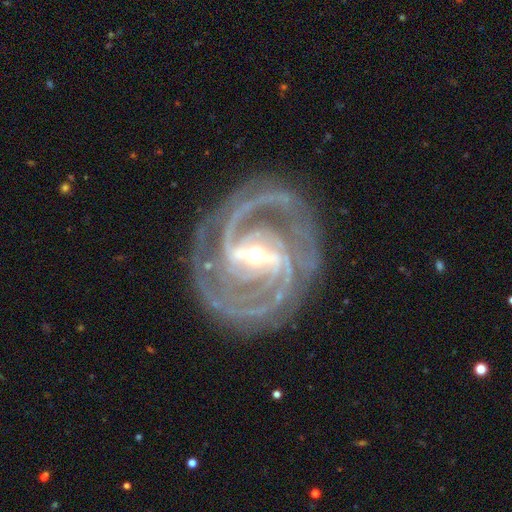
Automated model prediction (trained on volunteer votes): Smooth or featured?
  - featured or disk: 93% *
  - star or artifact: 5%
  - smooth: 2%
Edge-on disk?
  - no: 97% *
  - yes: 3%
Bar?
  - strong: 71% *
  - weak: 24%
  - no: 5%
Spiral arms?
  - yes: 99% *
  - no: 1%
Spiral winding?
  - tight: 59% *
  - medium: 36%
  - loose: 5%
Spiral arm count?
  - 2: 48% *
  - 3: 27%
  - 4: 8%
  - can't tell: 7%
  - more than 4: 5%
  - 1: 4%
Bulge size?
  - moderate: 52% *
  - small: 42%
  - large: 4%
  - none: 1%
  - dominant: 1%
Merging?
  - none: 80% *
  - minor disturbance: 13%
  - major disturbance: 6%
  - merger: 1%